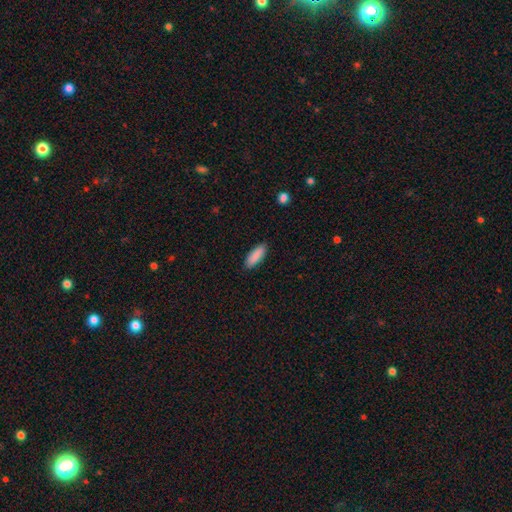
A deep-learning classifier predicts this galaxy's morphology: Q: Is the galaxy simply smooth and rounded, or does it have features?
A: smooth — 90%.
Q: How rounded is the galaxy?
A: in between — 61%.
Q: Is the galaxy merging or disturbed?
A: none — 89%.